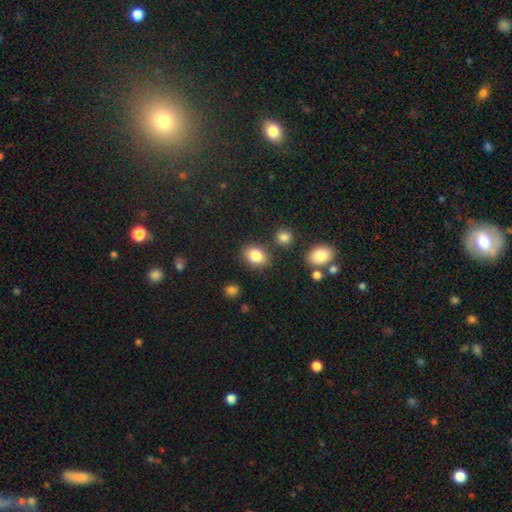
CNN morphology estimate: Smooth or featured? smooth (84%)
How rounded? in between (62%)
Merging? none (81%)